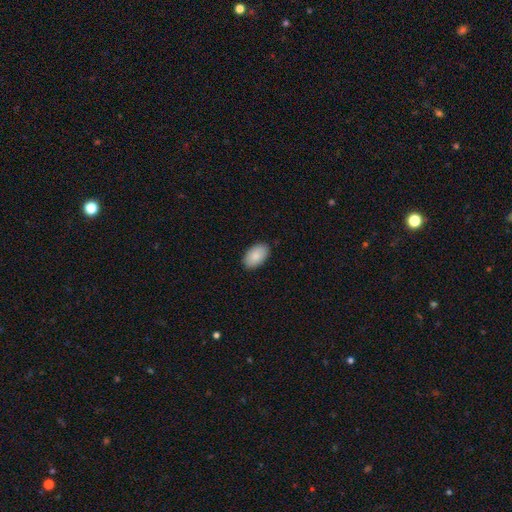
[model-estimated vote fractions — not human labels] A smooth galaxy with no disk features (87%) that is in between round and cigar-shaped (94%).

Vote fractions:
- Smooth or featured? smooth: 87% / featured or disk: 7% / star or artifact: 6%
- How rounded? in between: 94% / round: 4% / cigar-shaped: 1%
- Merging? none: 89% / minor disturbance: 9% / major disturbance: 2% / merger: 1%